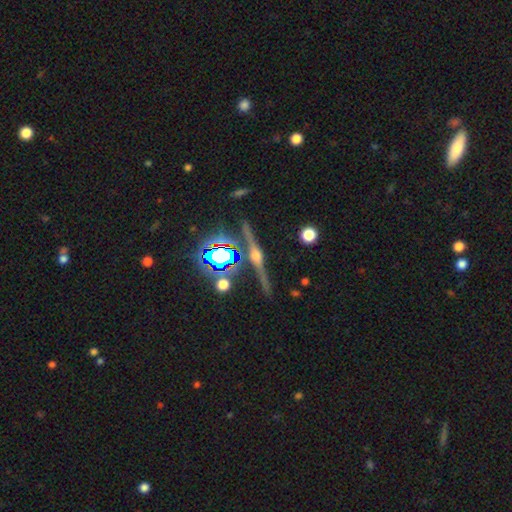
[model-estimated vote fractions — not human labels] smooth_or_featured: featured or disk (p=0.79) [alt: star or artifact p=0.13]
disk_edge_on: yes (p=0.97) [alt: no p=0.03]
edge_on_bulge: rounded (p=0.88) [alt: boxy p=0.09]
merging: none (p=0.87) [alt: minor disturbance p=0.09]